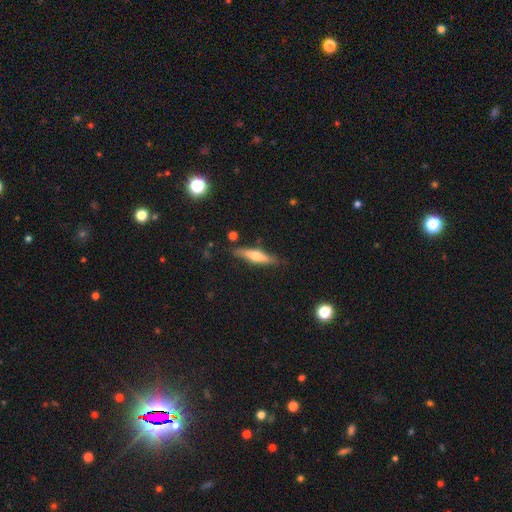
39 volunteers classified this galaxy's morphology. Smooth or featured? featured or disk (59%)
Edge-on disk? yes (83%)
Edge-on bulge? rounded (95%)
Merging? none (72%)